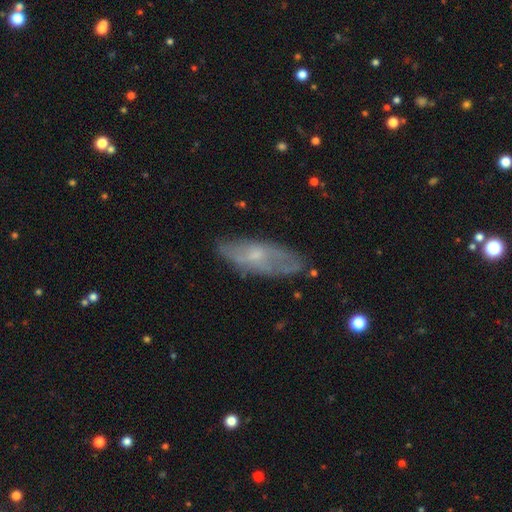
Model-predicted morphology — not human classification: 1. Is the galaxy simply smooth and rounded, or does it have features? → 50% featured or disk, 43% smooth, 7% star or artifact.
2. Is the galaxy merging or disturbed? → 67% none, 23% minor disturbance, 8% major disturbance, 2% merger.